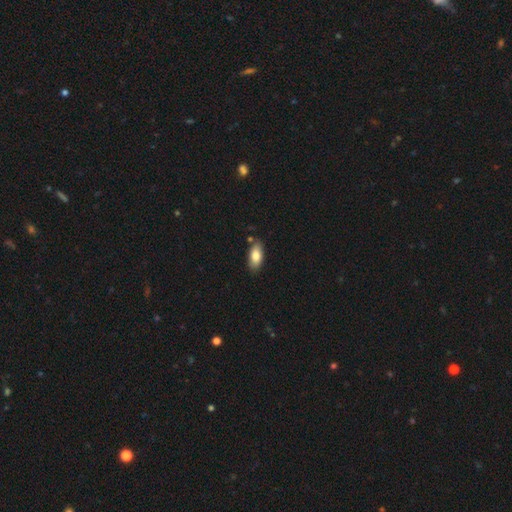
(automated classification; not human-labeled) Morphology: type=smooth (82%); roundness=in between (90%); merging=none (80%).